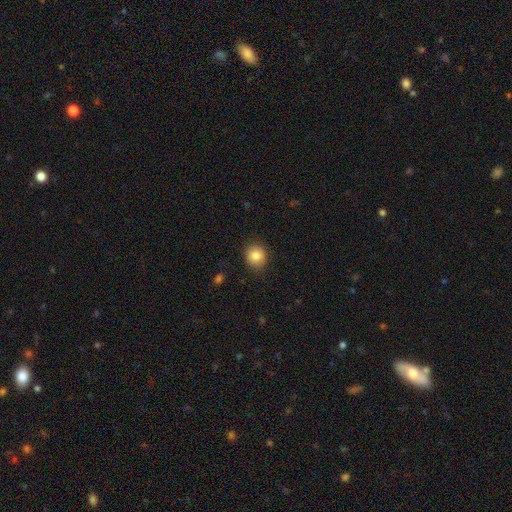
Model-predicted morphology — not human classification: smooth-or-featured: smooth: 85% | star or artifact: 10% | featured or disk: 6%
  how-rounded: round: 85% | in between: 14% | cigar-shaped: 1%
  merging: none: 88% | minor disturbance: 8% | major disturbance: 2% | merger: 1%